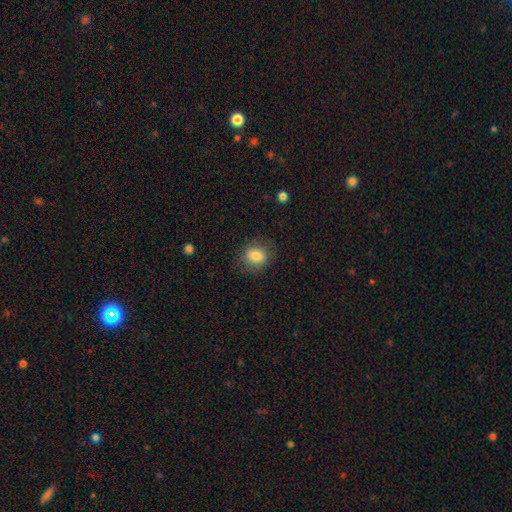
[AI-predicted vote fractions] This is clearly a smooth galaxy (81%). How rounded: likely round (63%). Merging: likely none (79%).